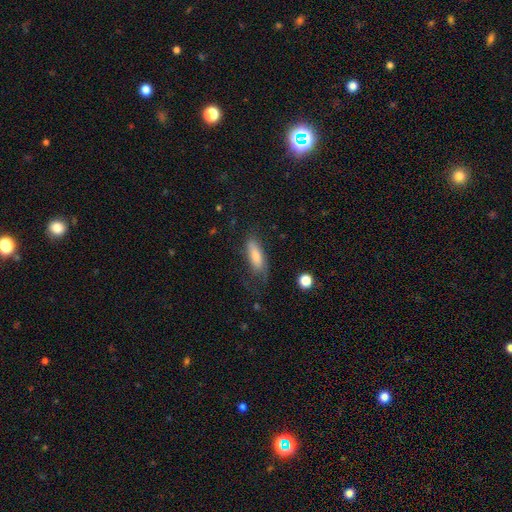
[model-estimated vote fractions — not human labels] Morphology: type=smooth (70%); roundness=in between (58%); merging=none (58%).